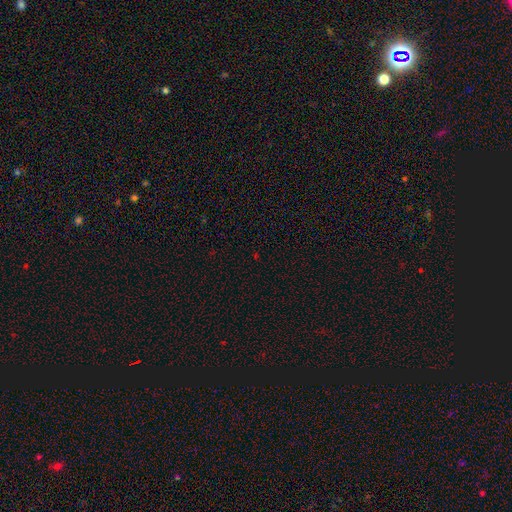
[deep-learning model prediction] This is likely a star or artifact rather than a galaxy (66%).